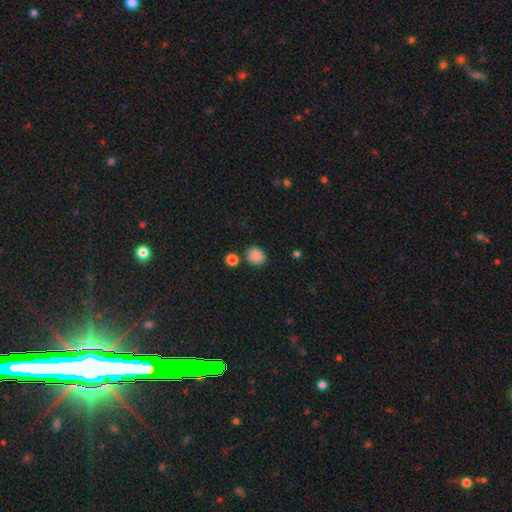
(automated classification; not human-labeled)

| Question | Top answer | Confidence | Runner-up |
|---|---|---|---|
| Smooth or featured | smooth | 87% | star or artifact (10%) |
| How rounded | round | 69% | in between (30%) |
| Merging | none | 79% | minor disturbance (11%) |